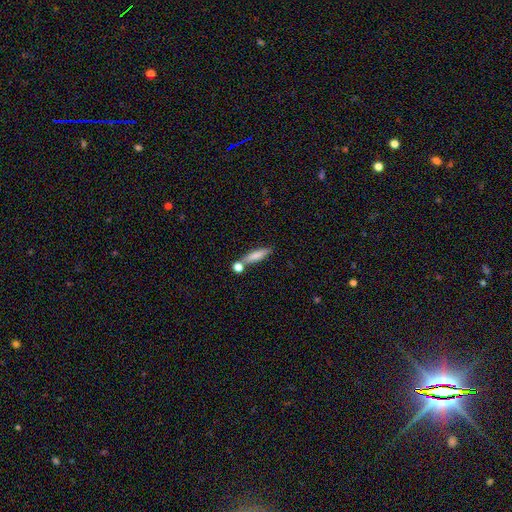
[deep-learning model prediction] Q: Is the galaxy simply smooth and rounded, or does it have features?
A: smooth — 77%.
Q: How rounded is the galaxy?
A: cigar-shaped — 72%.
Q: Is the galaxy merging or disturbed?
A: none — 62%.